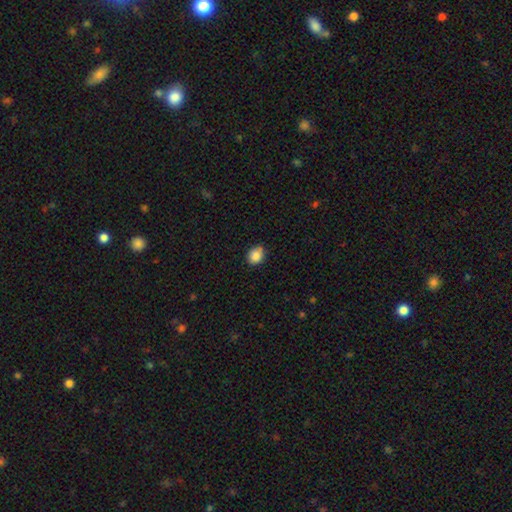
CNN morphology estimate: Smooth or featured? smooth (86%)
How rounded? round (62%)
Merging? none (75%)